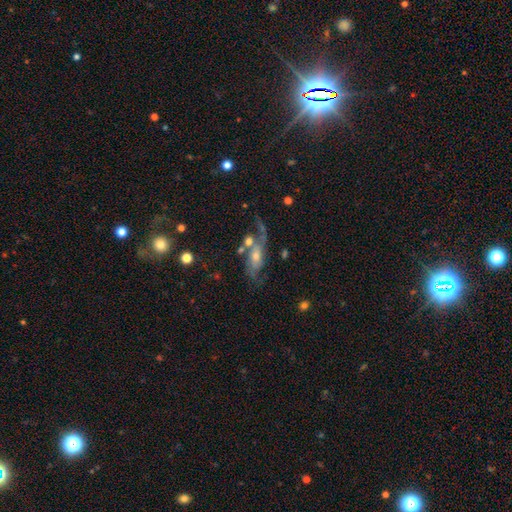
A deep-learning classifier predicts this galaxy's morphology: A featured or disk galaxy (74%) with no bar (61%), 2 (74%) loose (54%) spiral arms (89%) and a moderate central bulge (49%).

Vote fractions:
- Smooth or featured? featured or disk: 74% / smooth: 17% / star or artifact: 9%
- Edge-on disk? no: 90% / yes: 10%
- Bar? no: 61% / weak: 29% / strong: 10%
- Spiral arms? yes: 89% / no: 11%
- Spiral winding? loose: 54% / medium: 33% / tight: 13%
- Spiral arm count? 2: 74% / 1: 12% / can't tell: 8% / 3: 3% / 4: 2% / more than 4: 2%
- Bulge size? moderate: 49% / small: 41% / large: 5% / none: 4% / dominant: 2%
- Merging? none: 41% / major disturbance: 21% / merger: 21% / minor disturbance: 17%